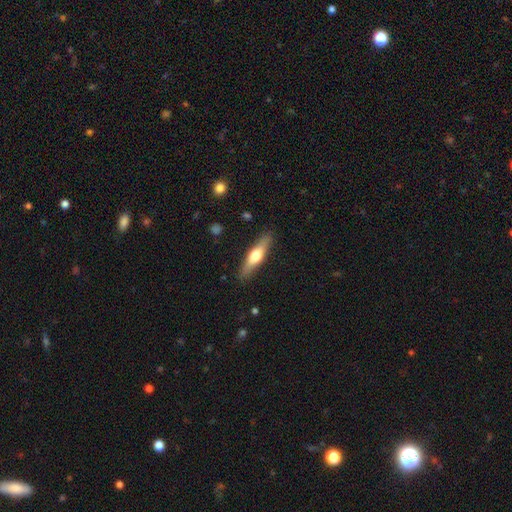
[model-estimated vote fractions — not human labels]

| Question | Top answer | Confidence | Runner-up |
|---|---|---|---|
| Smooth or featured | featured or disk | 48% | smooth (46%) |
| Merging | none | 88% | minor disturbance (9%) |